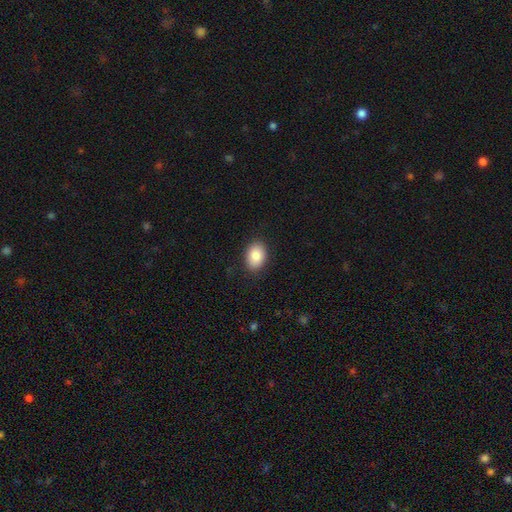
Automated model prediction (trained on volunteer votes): Q: Smooth or featured?
A: smooth (88%); runner-up: star or artifact (7%)
Q: How rounded?
A: in between (81%); runner-up: round (18%)
Q: Merging?
A: none (88%); runner-up: minor disturbance (9%)